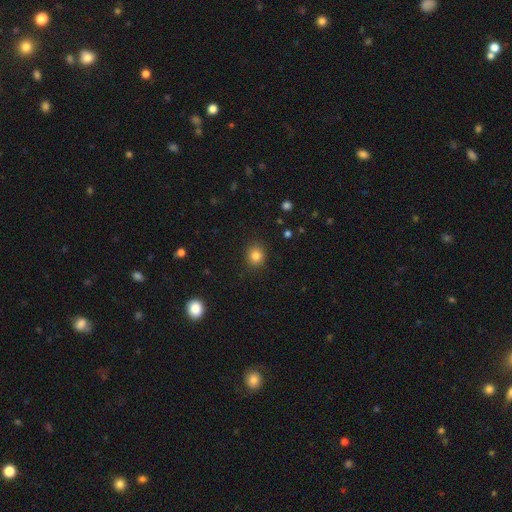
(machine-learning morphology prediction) A smooth galaxy with no disk features (83%) that is round (78%).

Vote fractions:
- Smooth or featured? smooth: 83% / star or artifact: 12% / featured or disk: 5%
- How rounded? round: 78% / in between: 21% / cigar-shaped: 1%
- Merging? none: 89% / minor disturbance: 7% / major disturbance: 2% / merger: 1%